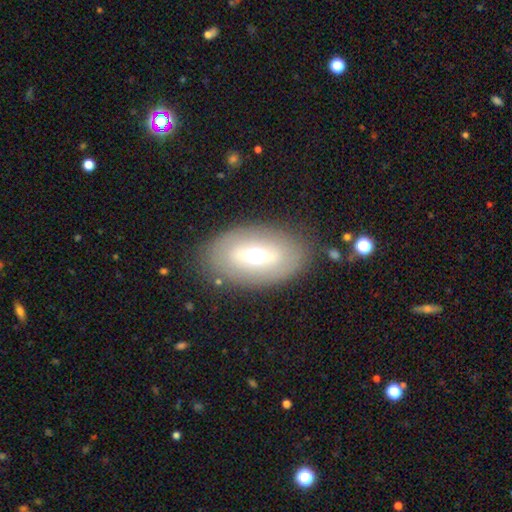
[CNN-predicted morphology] Smooth or featured: smooth — 47% (featured or disk — 44%)
Merging: none — 81% (minor disturbance — 12%)